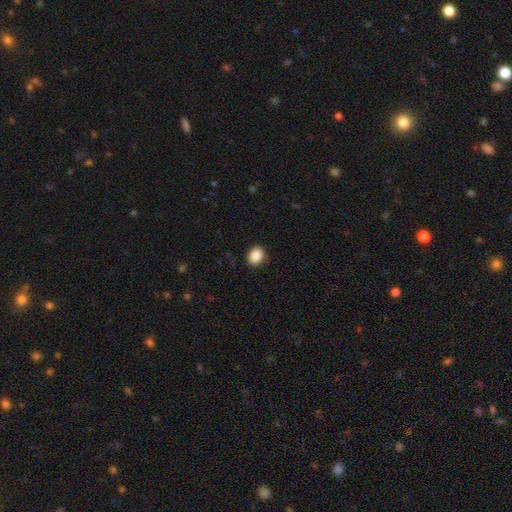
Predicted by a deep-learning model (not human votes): Morphology: type=smooth (88%); roundness=round (51%); merging=none (90%).